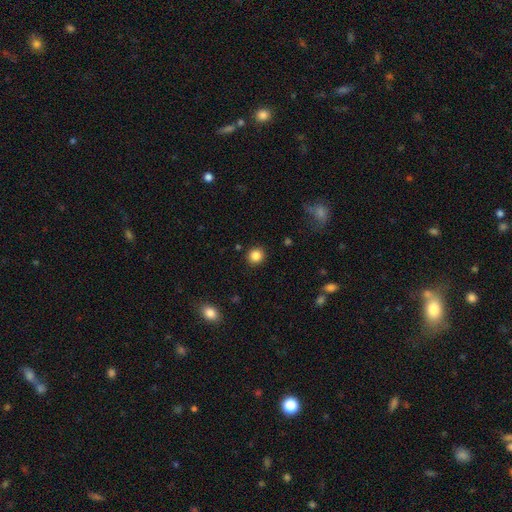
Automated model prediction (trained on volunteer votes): Smooth or featured?
  - smooth: 85% *
  - star or artifact: 11%
  - featured or disk: 4%
How rounded?
  - round: 90% *
  - in between: 9%
  - cigar-shaped: 1%
Merging?
  - none: 91% *
  - minor disturbance: 6%
  - major disturbance: 2%
  - merger: 1%